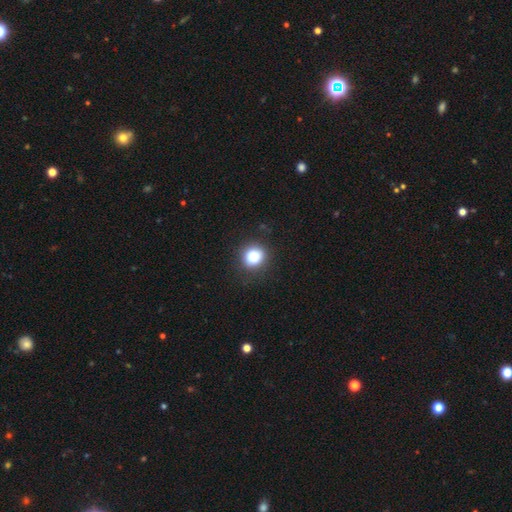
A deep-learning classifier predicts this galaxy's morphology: Smooth or featured? smooth (83%)
How rounded? round (85%)
Merging? none (85%)